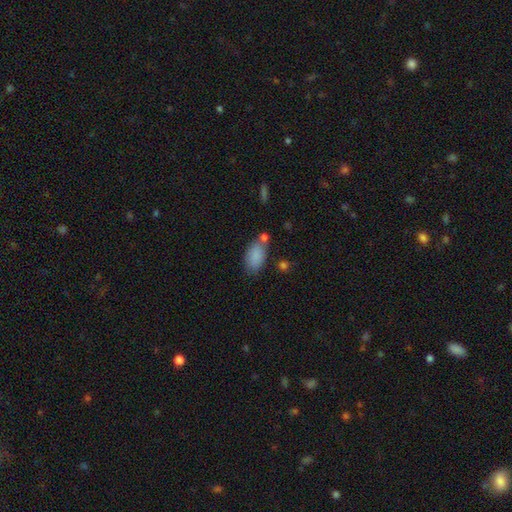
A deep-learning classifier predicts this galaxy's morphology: A smooth galaxy with no disk features (86%) that is in between round and cigar-shaped (92%). Merging: none (63%).